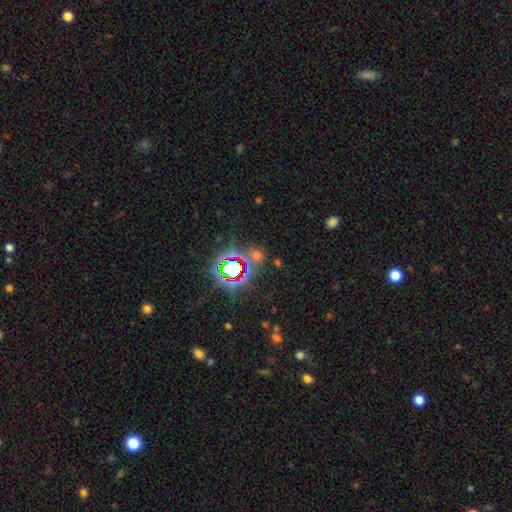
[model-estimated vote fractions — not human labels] Smooth or featured: star or artifact — 64% (smooth — 27%)